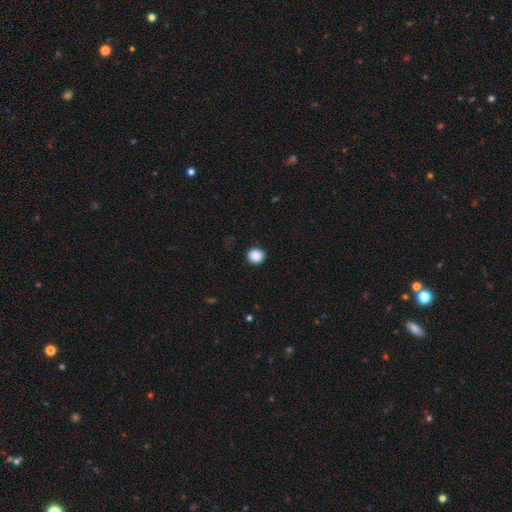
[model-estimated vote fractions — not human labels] smooth 88%, star or artifact 9%, featured or disk 3%. Down the decision tree: how rounded — round (89%); merging — none (92%).